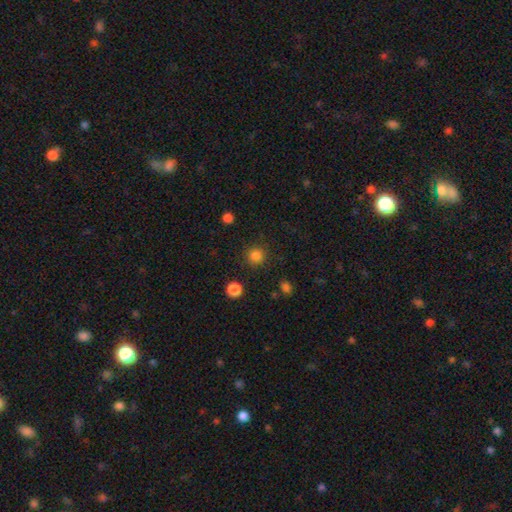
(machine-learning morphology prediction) This appears to be a smooth galaxy with no disk features (83%) that is round (94%). Merging: none (88%).